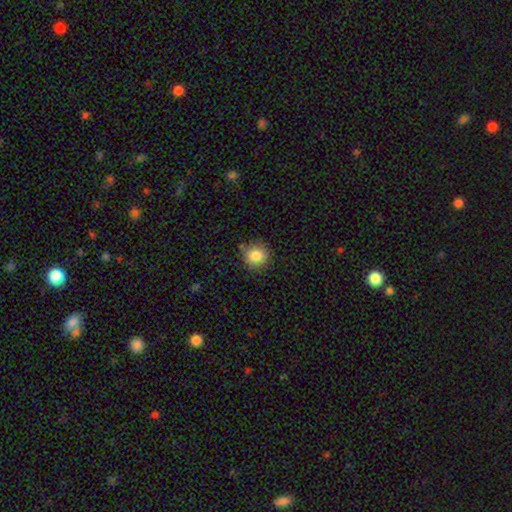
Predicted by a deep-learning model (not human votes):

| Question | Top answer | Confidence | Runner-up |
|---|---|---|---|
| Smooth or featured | smooth | 84% | star or artifact (10%) |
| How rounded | round | 90% | in between (9%) |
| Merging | none | 78% | minor disturbance (16%) |